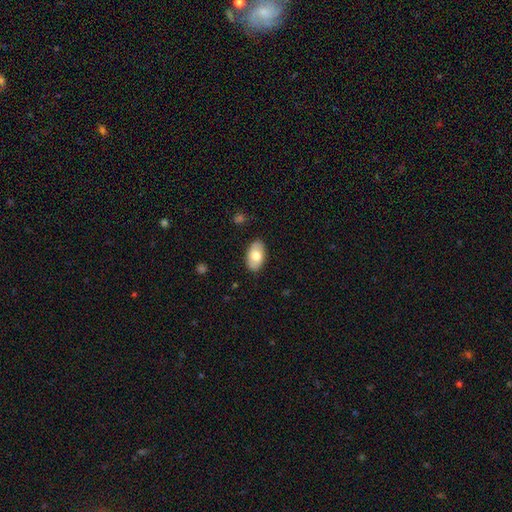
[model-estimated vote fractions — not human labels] smooth_or_featured: smooth (p=0.69) [alt: featured or disk p=0.25]
how_rounded: in between (p=0.94) [alt: round p=0.05]
merging: none (p=0.86) [alt: minor disturbance p=0.11]